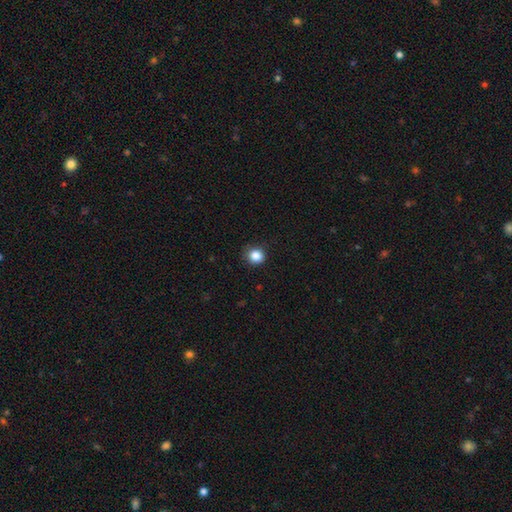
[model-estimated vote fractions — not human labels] Overall: smooth (85%). How rounded: round (88%). Merging: none (82%).